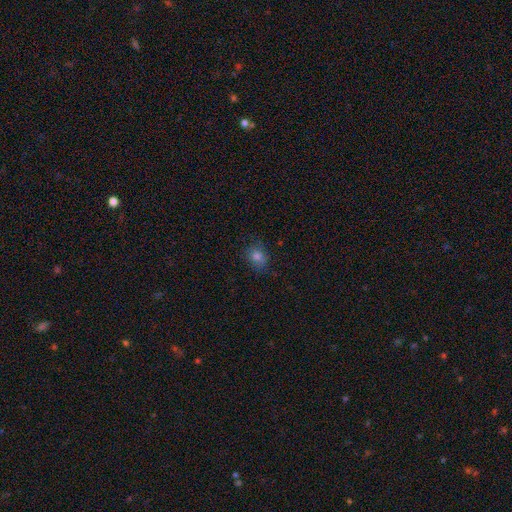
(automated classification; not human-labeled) smooth-or-featured: smooth: 77% | star or artifact: 15% | featured or disk: 7%
  how-rounded: round: 58% | in between: 41% | cigar-shaped: 1%
  merging: none: 82% | minor disturbance: 14% | major disturbance: 3% | merger: 1%